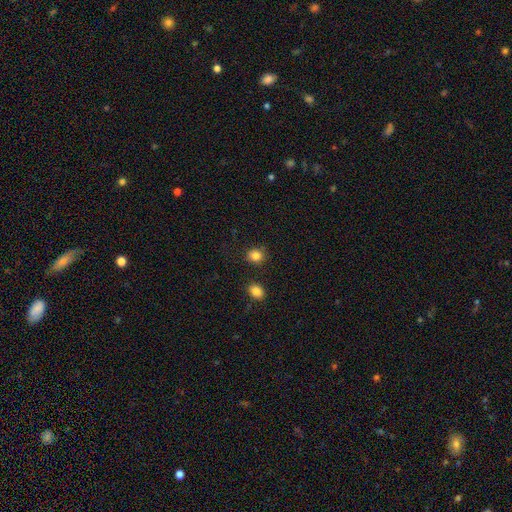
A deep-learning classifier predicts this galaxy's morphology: Smooth or featured?
  - smooth: 84% *
  - star or artifact: 11%
  - featured or disk: 5%
How rounded?
  - round: 75% *
  - in between: 24%
  - cigar-shaped: 1%
Merging?
  - none: 83% *
  - minor disturbance: 10%
  - merger: 4%
  - major disturbance: 3%